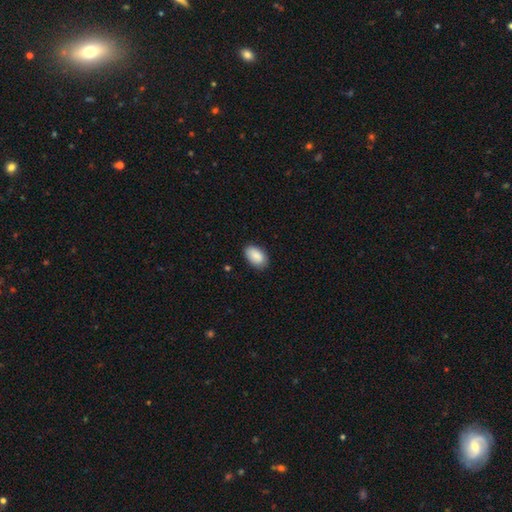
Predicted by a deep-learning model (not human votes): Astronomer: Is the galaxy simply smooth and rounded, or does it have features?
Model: smooth — 89%.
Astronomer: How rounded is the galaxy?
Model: in between — 93%.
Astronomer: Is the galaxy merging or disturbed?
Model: none — 82%.